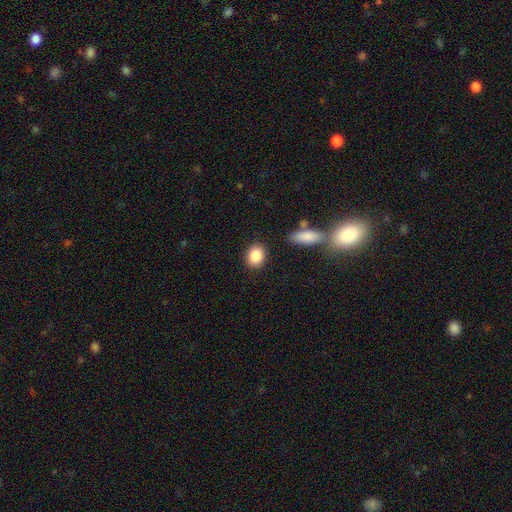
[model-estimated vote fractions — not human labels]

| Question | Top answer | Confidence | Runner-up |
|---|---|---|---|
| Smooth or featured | smooth | 87% | star or artifact (8%) |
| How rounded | in between | 51% | round (48%) |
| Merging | none | 85% | minor disturbance (9%) |